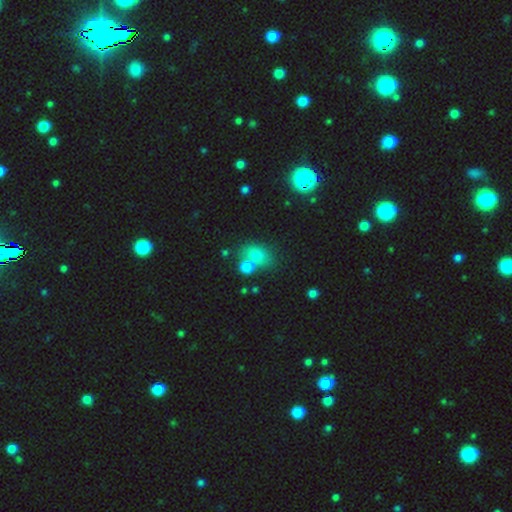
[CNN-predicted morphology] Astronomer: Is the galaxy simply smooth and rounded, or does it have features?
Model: smooth — 71%.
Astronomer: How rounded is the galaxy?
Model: in between — 55% (runner-up: round, 43%).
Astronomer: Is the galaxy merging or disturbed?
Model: none — 53% (runner-up: merger, 31%).